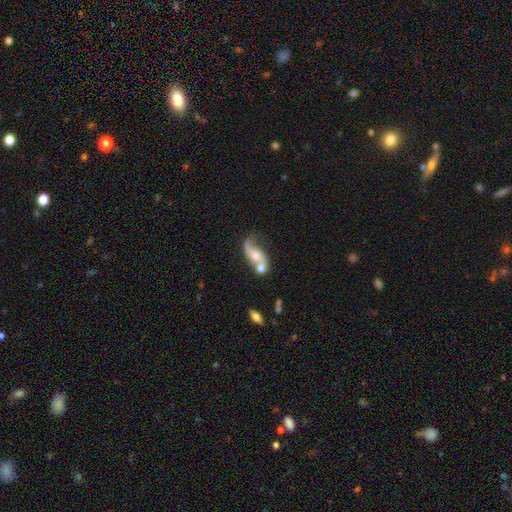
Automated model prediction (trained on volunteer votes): Morphology: type=featured or disk (64%); edge-on=no (92%); bar=no (64%); spiral arms=yes (81%); bulge=moderate (53%); merging=merger (39%).